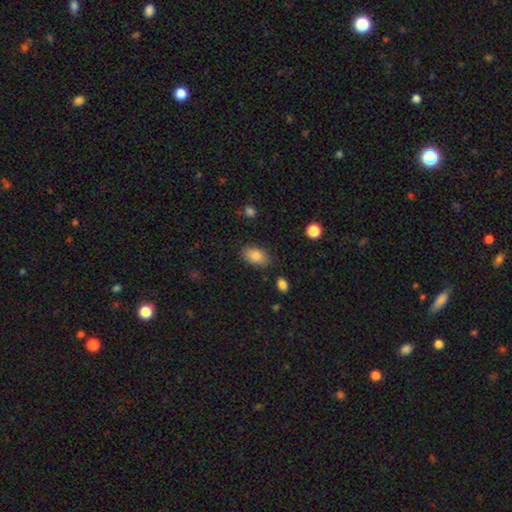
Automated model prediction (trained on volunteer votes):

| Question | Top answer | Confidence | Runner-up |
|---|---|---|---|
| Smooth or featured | smooth | 84% | featured or disk (9%) |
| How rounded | in between | 90% | round (8%) |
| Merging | none | 82% | minor disturbance (13%) |